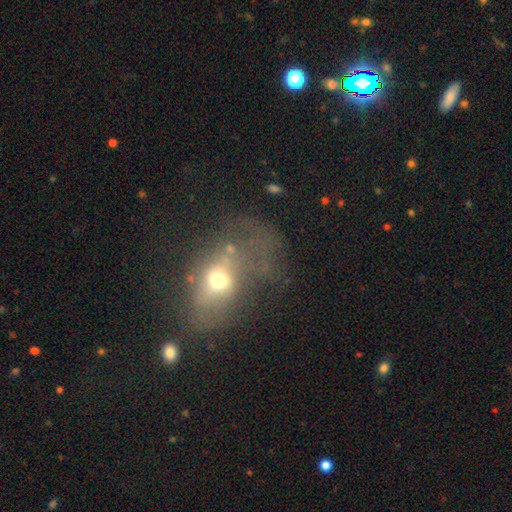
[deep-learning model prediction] smooth 42%, featured or disk 35%, star or artifact 23%. Down the decision tree: merging — major disturbance (37%).